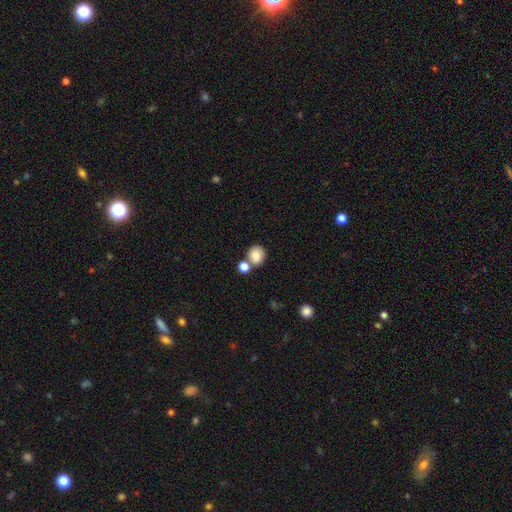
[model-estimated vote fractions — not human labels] Q: Smooth or featured?
A: smooth (85%); runner-up: star or artifact (9%)
Q: How rounded?
A: round (71%); runner-up: in between (28%)
Q: Merging?
A: none (56%); runner-up: merger (30%)